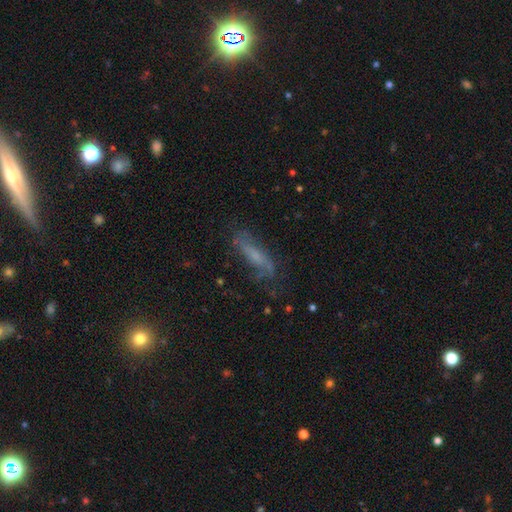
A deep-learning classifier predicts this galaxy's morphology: Smooth or featured? Predicted: featured or disk (p=0.49). Merging? Predicted: none (p=0.61).